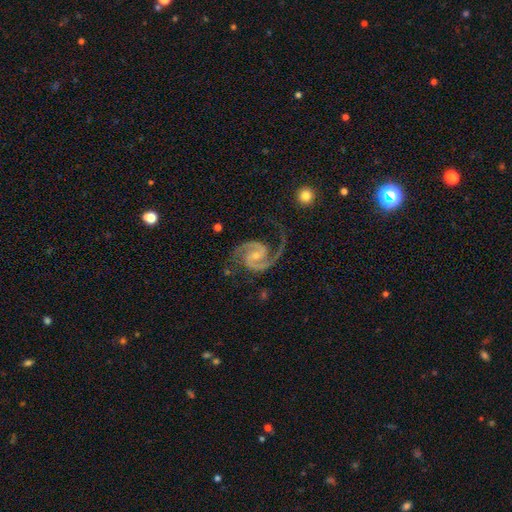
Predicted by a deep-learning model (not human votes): Overall: featured or disk (94%). Edge-on disk: no (98%). Bar: no (43%, tied with weak). Spiral arms: yes (99%). Spiral arm count: 2 (93%). Spiral winding: medium (62%). Bulge size: small (60%; moderate 32%). Merging: none (65%).